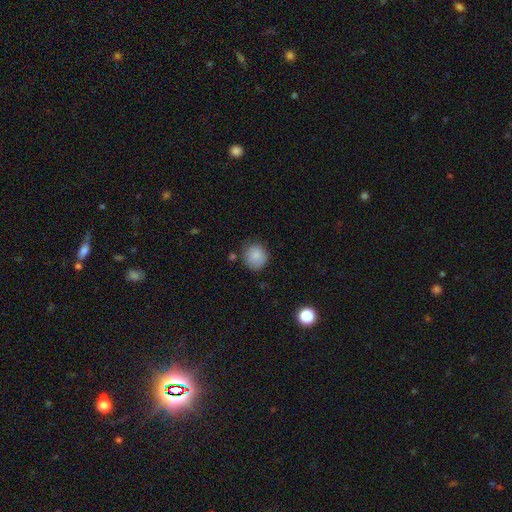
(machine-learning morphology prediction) A smooth galaxy with no disk features (87%) that is round (88%).

Vote fractions:
- Smooth or featured? smooth: 87% / star or artifact: 9% / featured or disk: 5%
- How rounded? round: 88% / in between: 11% / cigar-shaped: 1%
- Merging? none: 80% / minor disturbance: 14% / major disturbance: 3% / merger: 3%